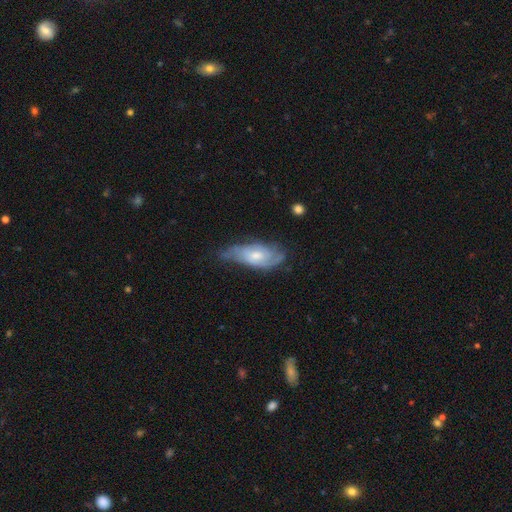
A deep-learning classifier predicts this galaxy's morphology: Smooth or featured? featured or disk (65%)
Edge-on disk? no (89%)
Bar? no (65%)
Spiral arms? yes (85%)
Bulge size? moderate (53%)
Merging? none (46%)